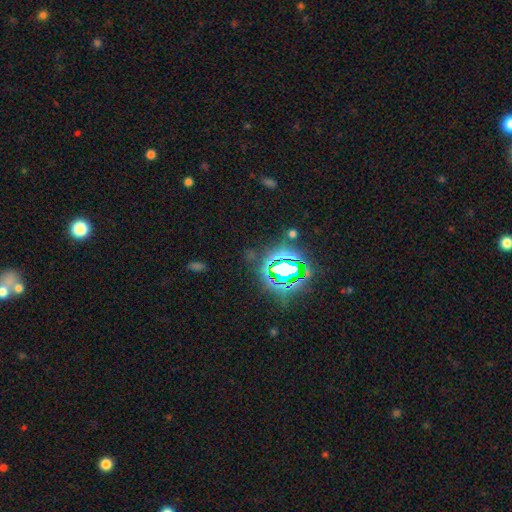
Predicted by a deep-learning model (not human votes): Smooth or featured? star or artifact (81%)